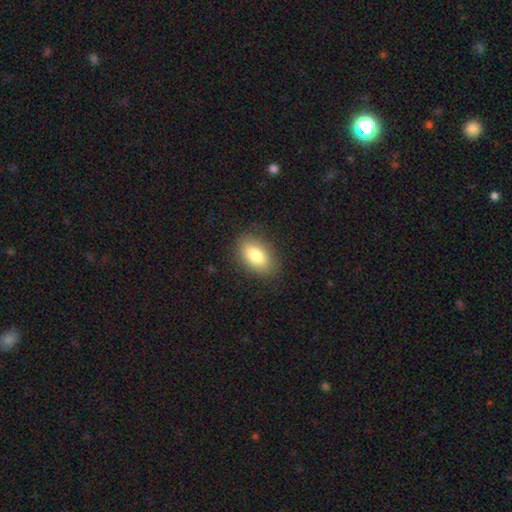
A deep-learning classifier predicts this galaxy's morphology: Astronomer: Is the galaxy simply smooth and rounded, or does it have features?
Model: smooth — 80%.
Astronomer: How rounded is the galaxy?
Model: in between — 90%.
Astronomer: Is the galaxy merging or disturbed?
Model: none — 83%.